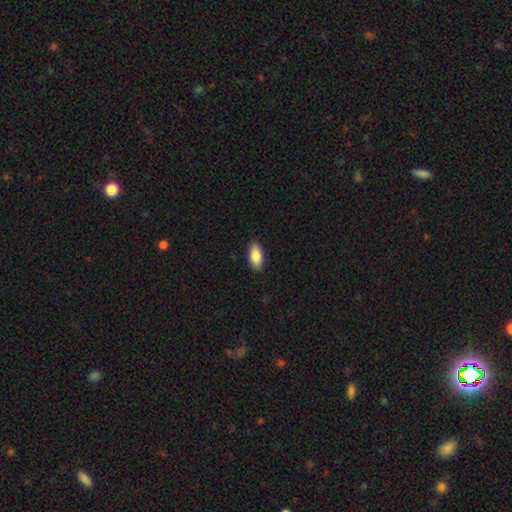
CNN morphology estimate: type=smooth (87%); roundness=in between (92%); merging=none (89%).